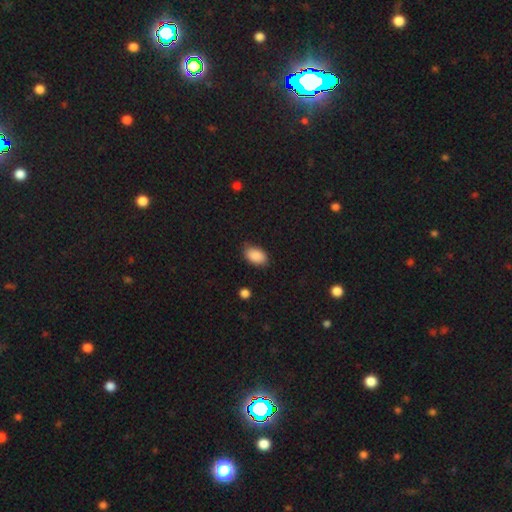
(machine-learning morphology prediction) Smooth or featured?
  - smooth: 89% *
  - star or artifact: 7%
  - featured or disk: 4%
How rounded?
  - in between: 90% *
  - round: 8%
  - cigar-shaped: 1%
Merging?
  - none: 81% *
  - minor disturbance: 14%
  - major disturbance: 3%
  - merger: 1%